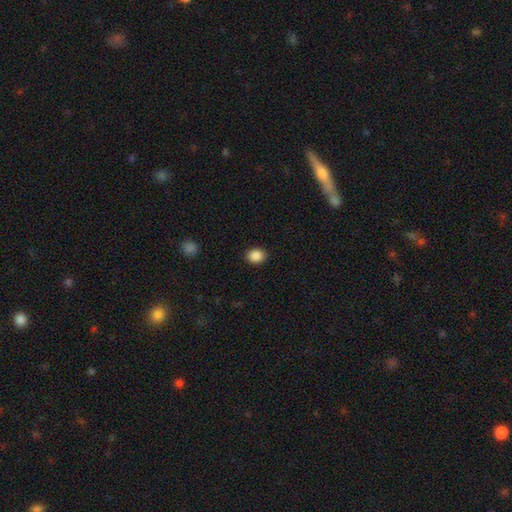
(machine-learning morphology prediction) The model was most divided on "how rounded": round: 55%, in between: 44%, cigar-shaped: 1%. More confident: merging — none (90%); smooth or featured — smooth (88%).